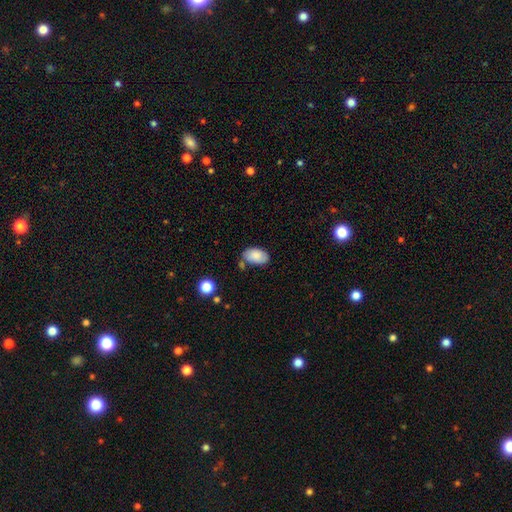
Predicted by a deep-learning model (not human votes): Smooth or featured?
  - smooth: 81% *
  - featured or disk: 12%
  - star or artifact: 7%
How rounded?
  - in between: 93% *
  - round: 6%
  - cigar-shaped: 1%
Merging?
  - none: 66% *
  - minor disturbance: 21%
  - merger: 9%
  - major disturbance: 5%